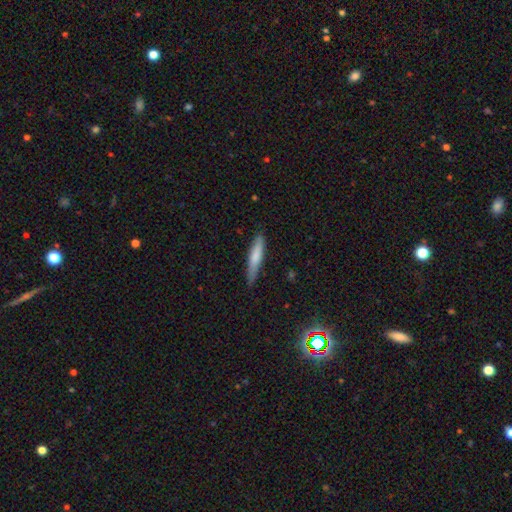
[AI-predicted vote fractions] Smooth or featured? Predicted: smooth (p=0.73). How rounded? Predicted: cigar-shaped (p=0.88). Merging? Predicted: none (p=0.80).